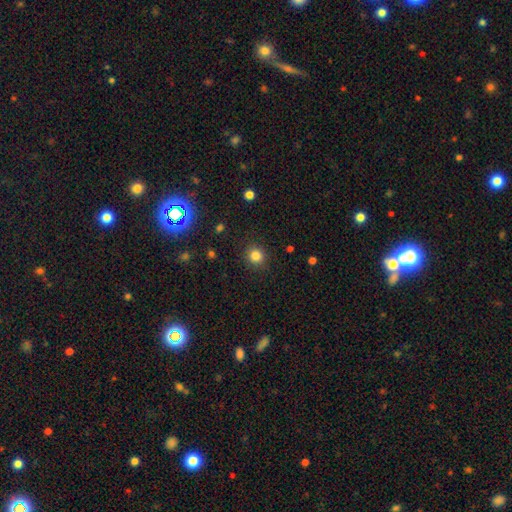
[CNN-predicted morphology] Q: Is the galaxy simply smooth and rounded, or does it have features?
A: smooth — 82%.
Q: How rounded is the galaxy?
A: round — 91%.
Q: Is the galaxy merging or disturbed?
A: none — 90%.